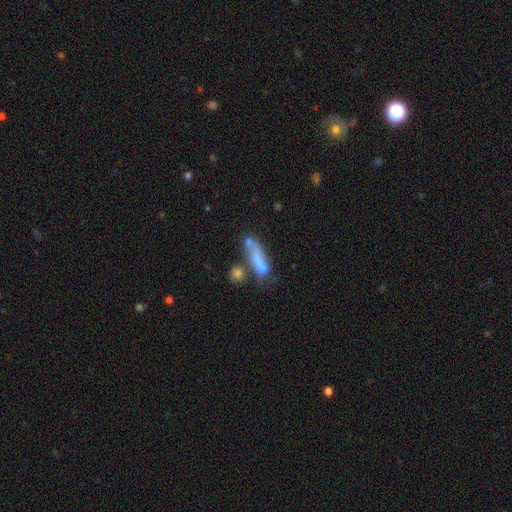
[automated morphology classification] This is likely a smooth galaxy (62%). How rounded: possibly in between (46%, tied with cigar-shaped). Merging: marginally merger (36%).